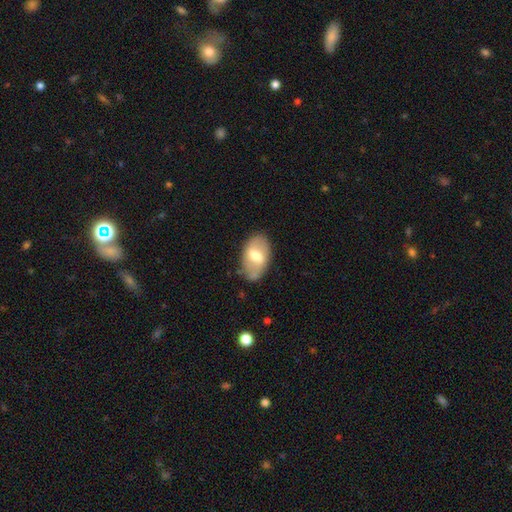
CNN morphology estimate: Smooth or featured? Predicted: smooth (p=0.51). How rounded? Predicted: in between (p=0.91). Merging? Predicted: none (p=0.76).